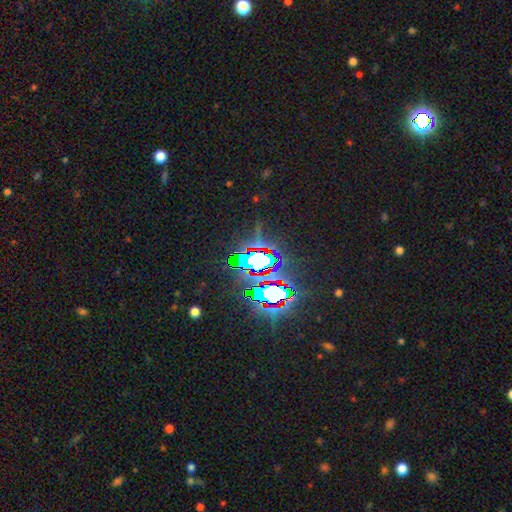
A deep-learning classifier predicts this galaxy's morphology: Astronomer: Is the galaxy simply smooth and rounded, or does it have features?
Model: star or artifact — 76%.